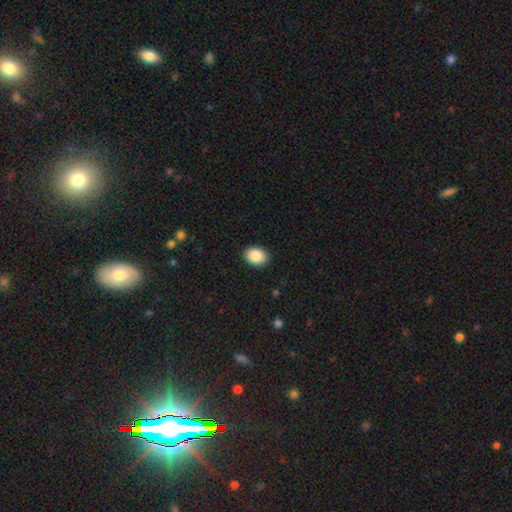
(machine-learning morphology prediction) smooth-or-featured: smooth: 89% | star or artifact: 7% | featured or disk: 4%
  how-rounded: in between: 71% | round: 28% | cigar-shaped: 1%
  merging: none: 90% | minor disturbance: 7% | major disturbance: 2% | merger: 1%